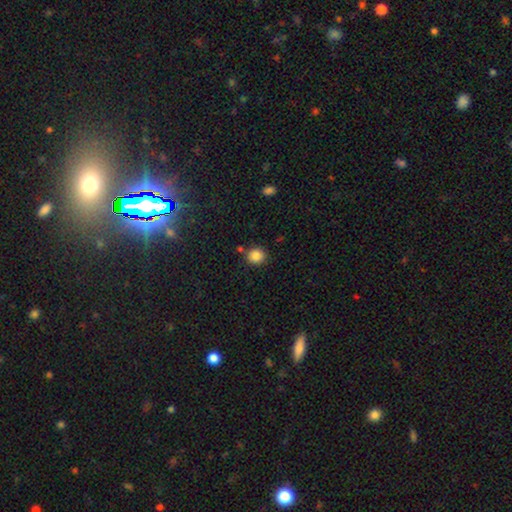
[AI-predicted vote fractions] Smooth or featured? Predicted: smooth (p=0.85). How rounded? Predicted: round (p=0.85). Merging? Predicted: none (p=0.82).